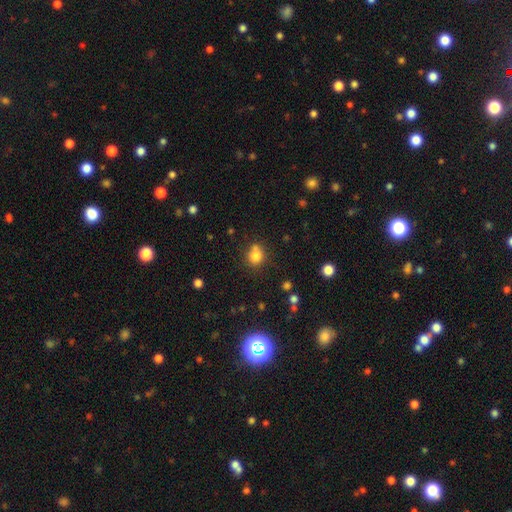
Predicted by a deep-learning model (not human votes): Smooth or featured: smooth — 80% (star or artifact — 13%)
How rounded: round — 76% (in between — 23%)
Merging: none — 59% (merger — 19%)